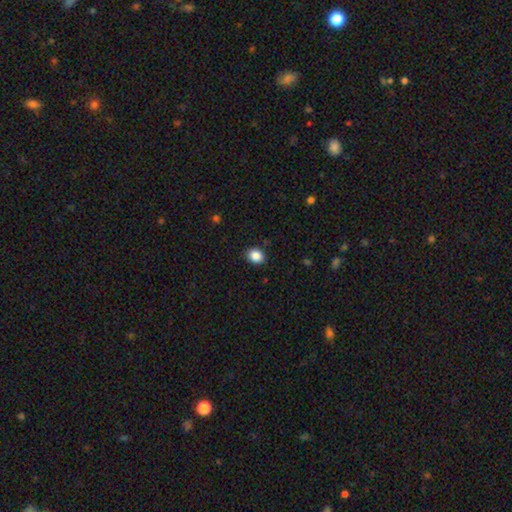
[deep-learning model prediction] A smooth galaxy with no disk features (87%) that is round (52%). Merging: none (89%).